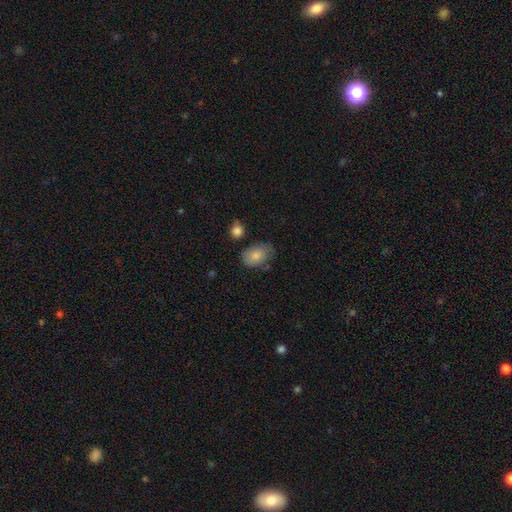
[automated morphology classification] Smooth or featured?
  - smooth: 81% *
  - featured or disk: 12%
  - star or artifact: 7%
How rounded?
  - in between: 85% *
  - round: 14%
  - cigar-shaped: 1%
Merging?
  - none: 65% *
  - minor disturbance: 25%
  - major disturbance: 6%
  - merger: 5%